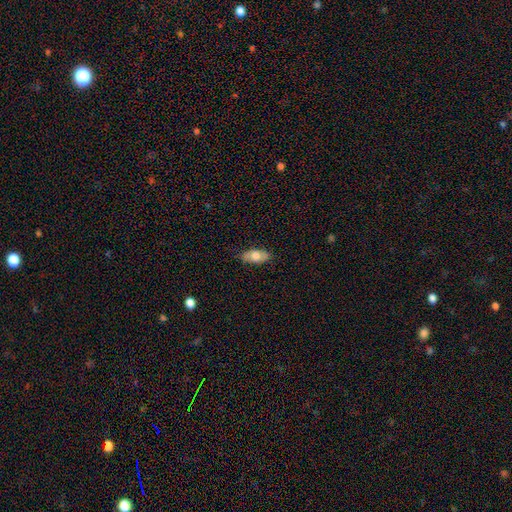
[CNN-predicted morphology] smooth 71%, featured or disk 22%, star or artifact 7%. Down the decision tree: how rounded — in between (88%); merging — none (83%).